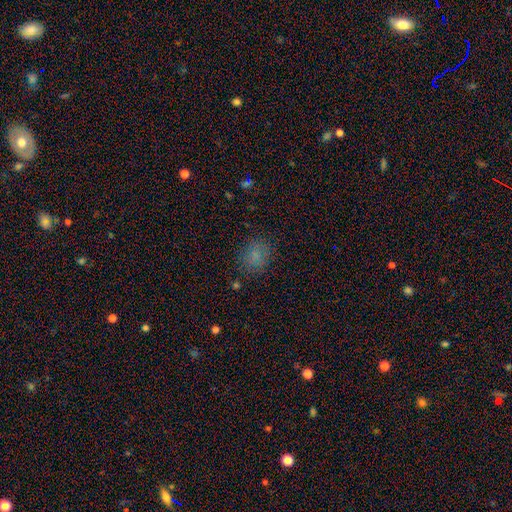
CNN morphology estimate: smooth_or_featured: smooth (p=0.76) [alt: star or artifact p=0.17]
how_rounded: round (p=0.64) [alt: in between p=0.35]
merging: none (p=0.80) [alt: minor disturbance p=0.13]